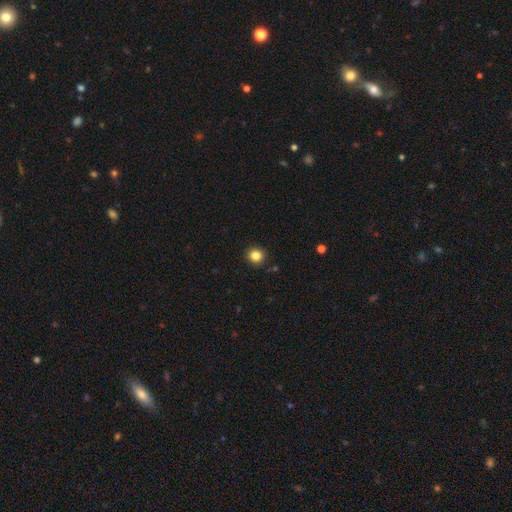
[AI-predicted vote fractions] The model was most divided on "smooth or featured": smooth: 84%, star or artifact: 11%, featured or disk: 5%. More confident: merging — none (92%); how rounded — round (92%).